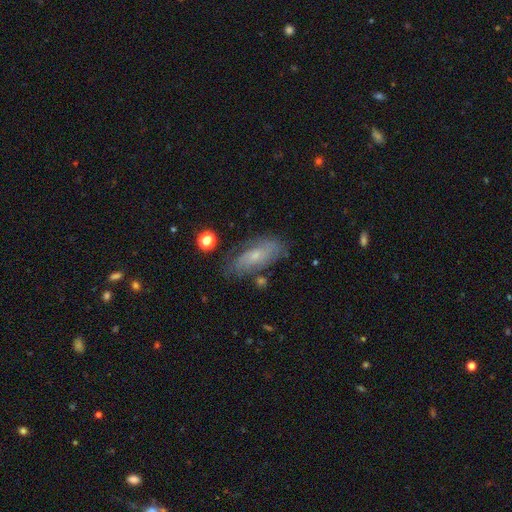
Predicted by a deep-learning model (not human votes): Smooth or featured? Predicted: featured or disk (p=0.47). Merging? Predicted: none (p=0.69).